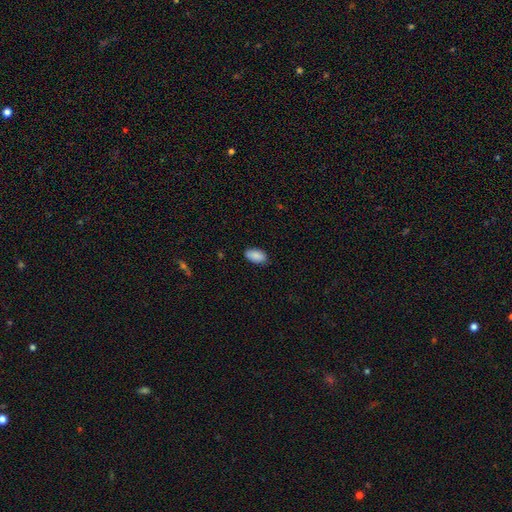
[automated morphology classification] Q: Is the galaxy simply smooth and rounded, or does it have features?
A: smooth — 89%.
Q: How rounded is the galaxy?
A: in between — 95%.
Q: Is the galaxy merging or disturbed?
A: none — 86%.